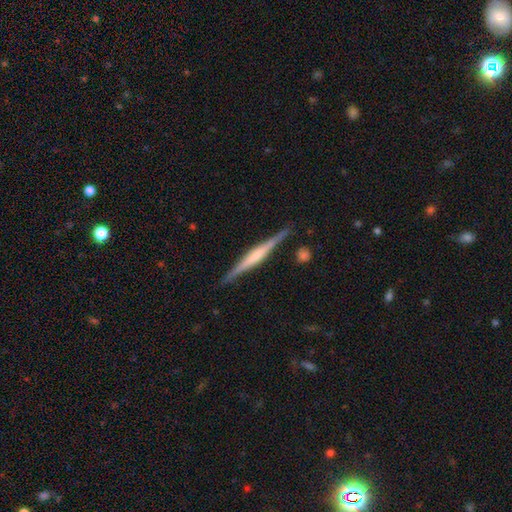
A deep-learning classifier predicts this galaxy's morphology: Smooth or featured? featured or disk (74%)
Edge-on disk? yes (98%)
Edge-on bulge? boxy (37%, tied with rounded)
Merging? none (89%)